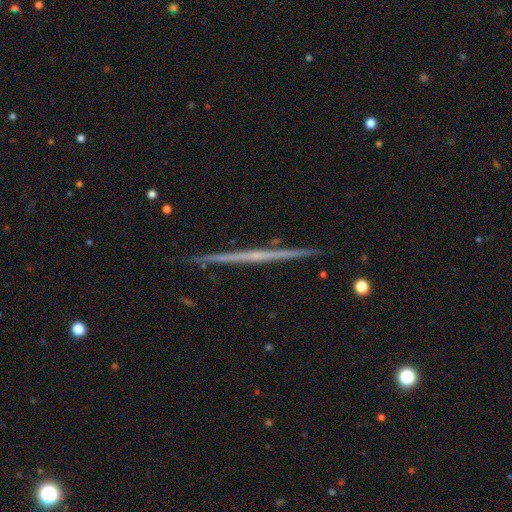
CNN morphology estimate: smooth_or_featured: featured or disk (p=0.75) [alt: smooth p=0.19]
disk_edge_on: yes (p=0.98) [alt: no p=0.02]
edge_on_bulge: none (p=0.78) [alt: rounded p=0.17]
merging: none (p=0.91) [alt: minor disturbance p=0.06]